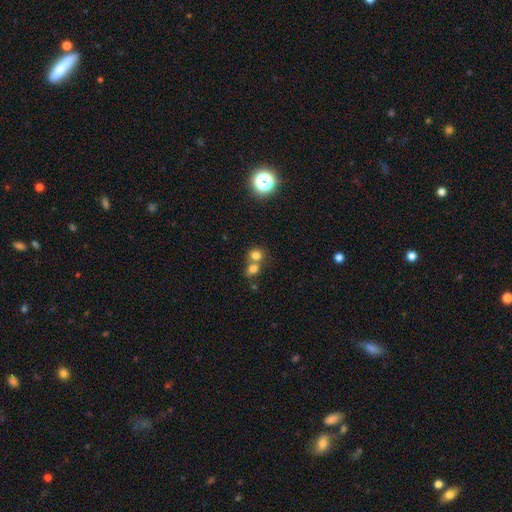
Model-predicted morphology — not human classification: A smooth galaxy with no disk features (74%) that is round (78%). Merging: merger (55%).